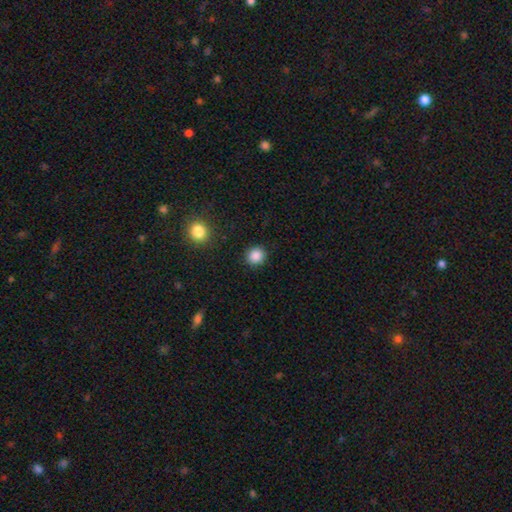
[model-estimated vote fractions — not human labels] smooth-or-featured: smooth: 87% | star or artifact: 10% | featured or disk: 3%
  how-rounded: round: 85% | in between: 14% | cigar-shaped: 1%
  merging: none: 89% | minor disturbance: 7% | major disturbance: 2% | merger: 1%